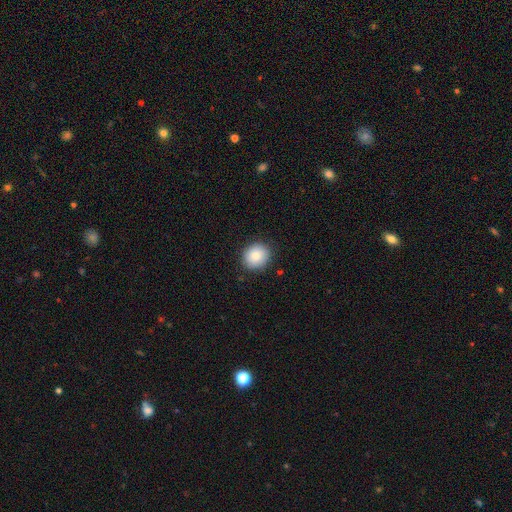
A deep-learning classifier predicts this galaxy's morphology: This appears to be a smooth galaxy with no disk features (86%) that is round (79%). Merging: none (87%).